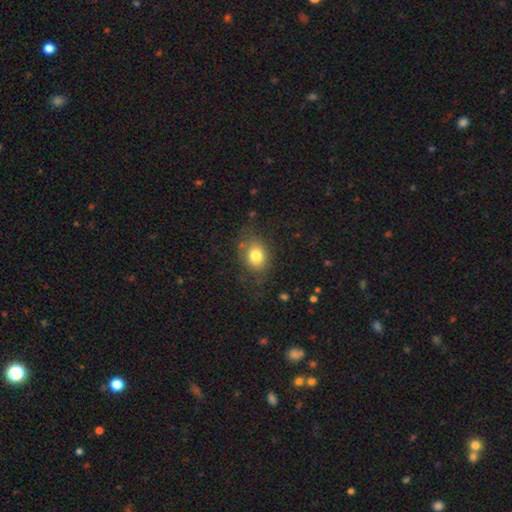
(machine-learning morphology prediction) This is likely a smooth galaxy (78%). How rounded: possibly in between (52%). Merging: likely none (72%).